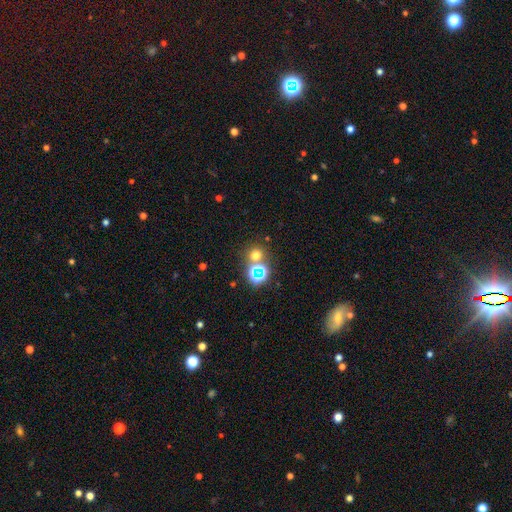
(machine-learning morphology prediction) This is possibly a smooth galaxy (59%). How rounded: clearly round (88%). Merging: likely none (69%).